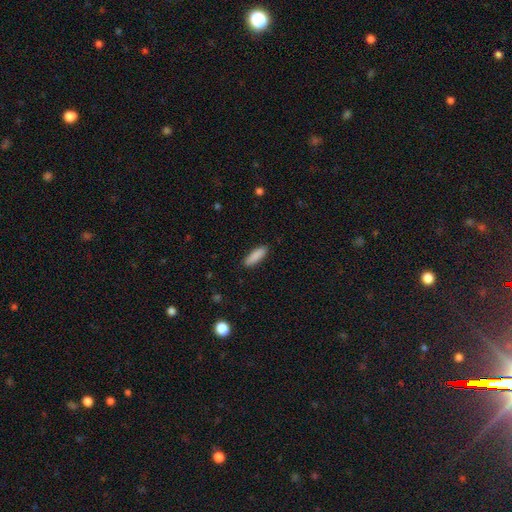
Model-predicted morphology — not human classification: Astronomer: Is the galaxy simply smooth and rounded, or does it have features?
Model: smooth — 89%.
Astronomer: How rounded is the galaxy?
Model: cigar-shaped — 52% (runner-up: in between, 46%).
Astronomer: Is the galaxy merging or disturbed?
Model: none — 89%.